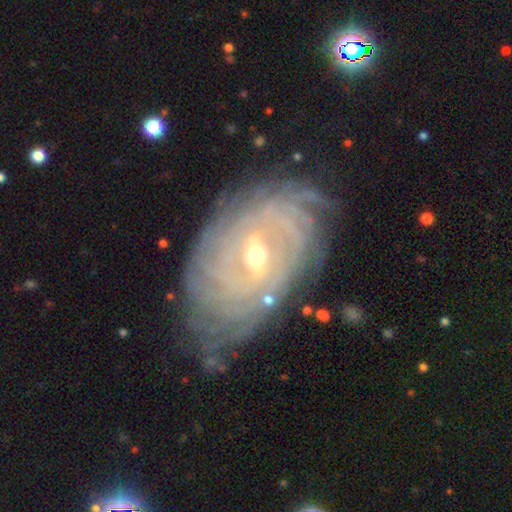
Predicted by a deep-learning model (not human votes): Q: Smooth or featured?
A: featured or disk (87%); runner-up: smooth (7%)
Q: Edge-on disk?
A: no (95%); runner-up: yes (5%)
Q: Bar?
A: weak (51%); runner-up: strong (28%)
Q: Spiral arms?
A: yes (95%); runner-up: no (5%)
Q: Spiral winding?
A: tight (84%); runner-up: medium (13%)
Q: Spiral arm count?
A: can't tell (42%); runner-up: more than 4 (18%)
Q: Bulge size?
A: moderate (56%); runner-up: small (40%)
Q: Merging?
A: none (75%); runner-up: minor disturbance (18%)